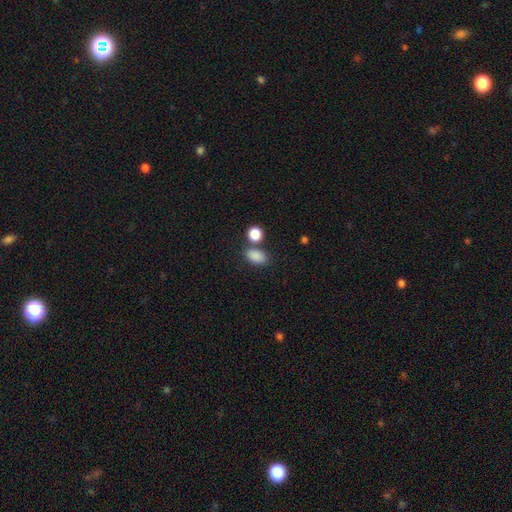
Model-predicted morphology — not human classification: Smooth or featured?
  - smooth: 86% *
  - star or artifact: 9%
  - featured or disk: 4%
How rounded?
  - in between: 84% *
  - round: 15%
  - cigar-shaped: 2%
Merging?
  - none: 67% *
  - merger: 16%
  - minor disturbance: 13%
  - major disturbance: 4%